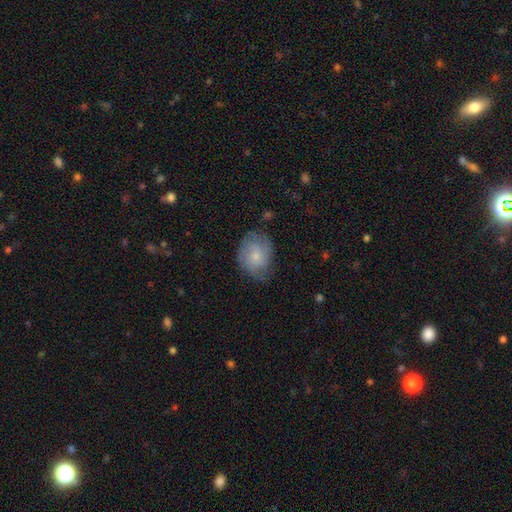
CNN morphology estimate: Q: Smooth or featured?
A: smooth (57%); runner-up: featured or disk (36%)
Q: How rounded?
A: round (51%); runner-up: in between (48%)
Q: Merging?
A: none (62%); runner-up: minor disturbance (28%)